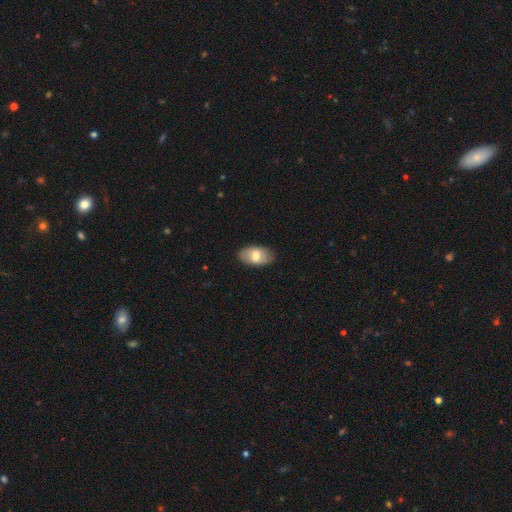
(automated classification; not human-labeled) The model was most divided on "smooth or featured": smooth: 72%, featured or disk: 22%, star or artifact: 6%. More confident: how rounded — in between (94%); merging — none (86%).